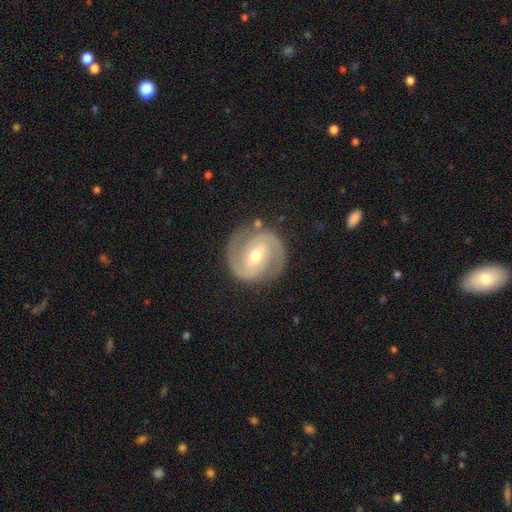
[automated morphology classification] This appears to be a featured or disk galaxy (88%) with a weak bar (45%), 2 (92%) tight (48%) spiral arms (97%) and a moderate central bulge (64%). Merging: none (85%).